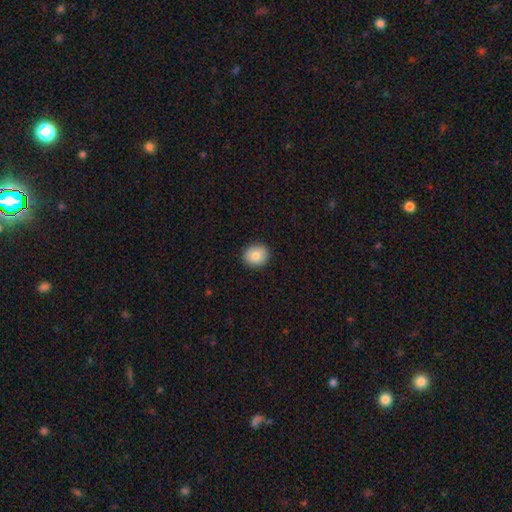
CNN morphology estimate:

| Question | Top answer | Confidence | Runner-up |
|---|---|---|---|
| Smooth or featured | smooth | 80% | featured or disk (12%) |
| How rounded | round | 78% | in between (21%) |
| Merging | none | 90% | minor disturbance (7%) |